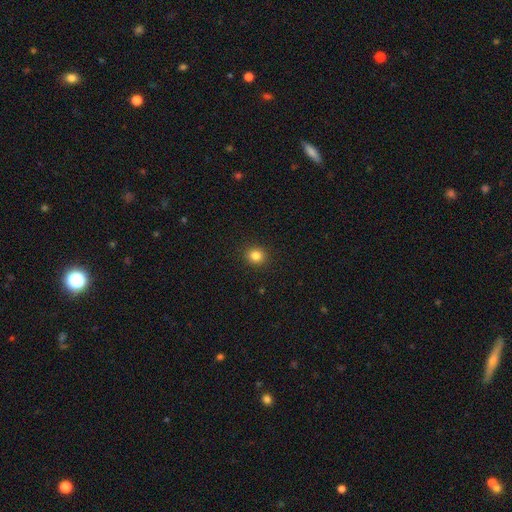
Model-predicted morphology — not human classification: Smooth or featured? Predicted: smooth (p=0.83). How rounded? Predicted: round (p=0.85). Merging? Predicted: none (p=0.92).